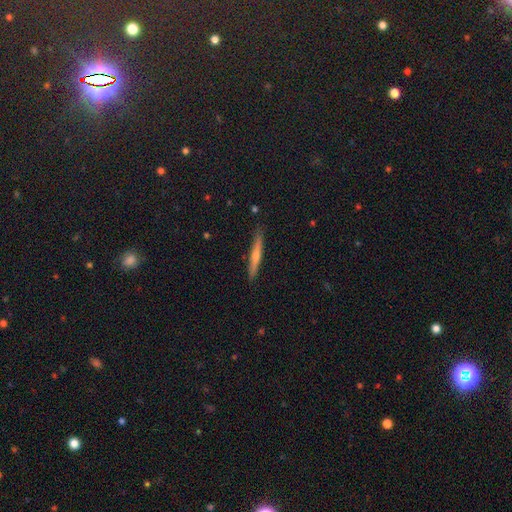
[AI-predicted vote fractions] smooth_or_featured: featured or disk (p=0.53) [alt: smooth p=0.39]
disk_edge_on: yes (p=0.97) [alt: no p=0.03]
edge_on_bulge: rounded (p=0.64) [alt: none p=0.30]
merging: none (p=0.89) [alt: minor disturbance p=0.08]